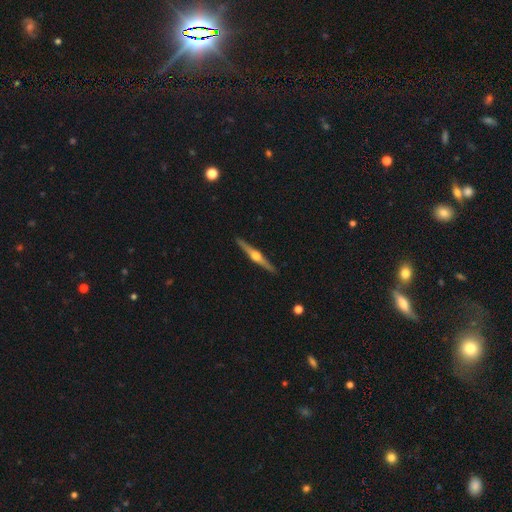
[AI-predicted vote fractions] Overall: featured or disk (82%). Edge-on disk: yes (98%). Edge-on bulge: rounded (94%). Merging: none (91%).